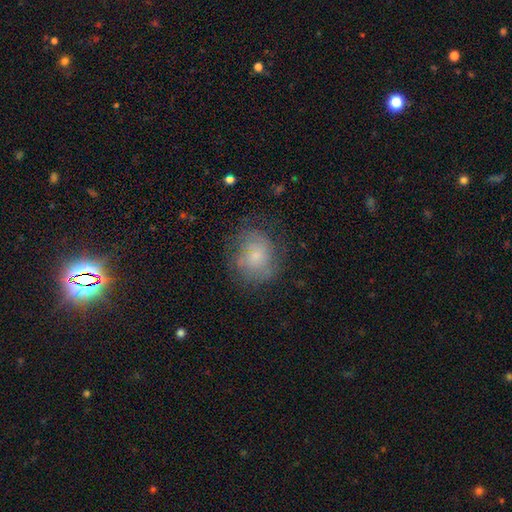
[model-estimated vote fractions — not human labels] Morphology: type=smooth (50%); merging=none (63%).